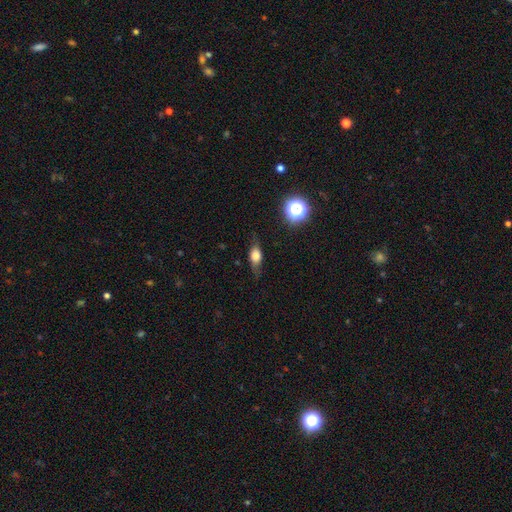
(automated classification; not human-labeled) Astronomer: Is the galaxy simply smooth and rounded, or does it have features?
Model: smooth — 56% (runner-up: featured or disk, 33%).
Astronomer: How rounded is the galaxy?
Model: in between — 63%.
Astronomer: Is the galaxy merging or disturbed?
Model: none — 70%.